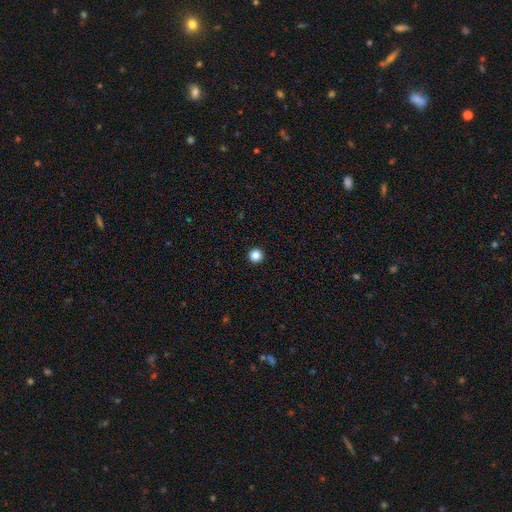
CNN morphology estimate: smooth_or_featured: smooth (p=0.85) [alt: star or artifact p=0.11]
how_rounded: round (p=0.96) [alt: in between p=0.03]
merging: none (p=0.94) [alt: minor disturbance p=0.03]